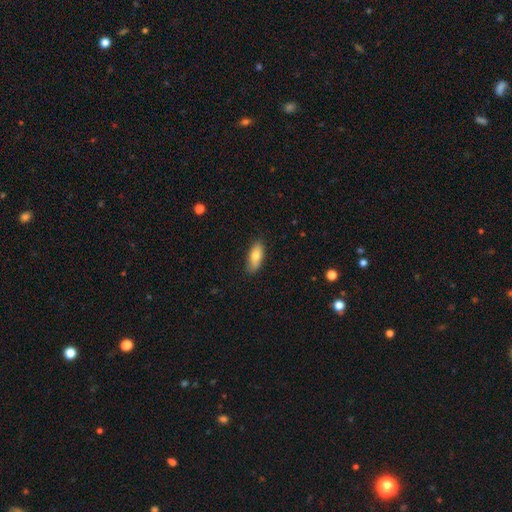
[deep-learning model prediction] A smooth galaxy with no disk features (76%) that is in between round and cigar-shaped (77%). Merging: none (83%).